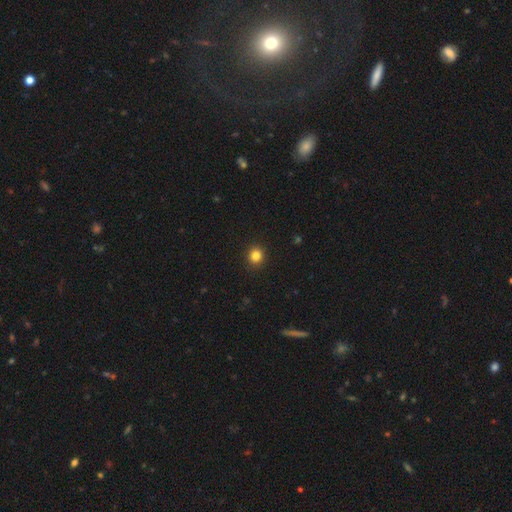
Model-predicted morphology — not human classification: Smooth or featured? Predicted: smooth (p=0.83). How rounded? Predicted: round (p=0.91). Merging? Predicted: none (p=0.92).